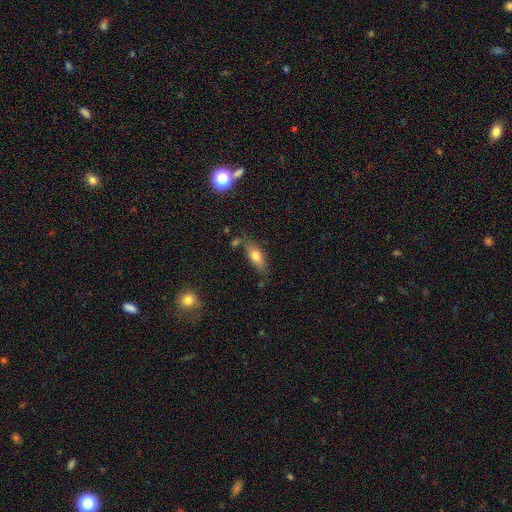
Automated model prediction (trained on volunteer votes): Smooth or featured? smooth (67%)
How rounded? in between (69%)
Merging? none (67%)